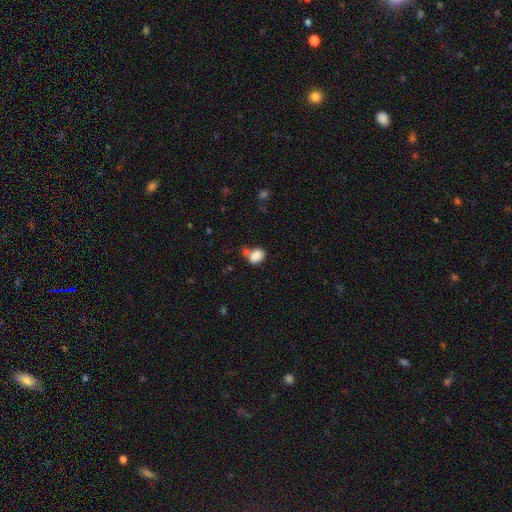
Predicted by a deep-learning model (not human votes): smooth 86%, star or artifact 9%, featured or disk 5%. Down the decision tree: how rounded — in between (70%); merging — none (51%).